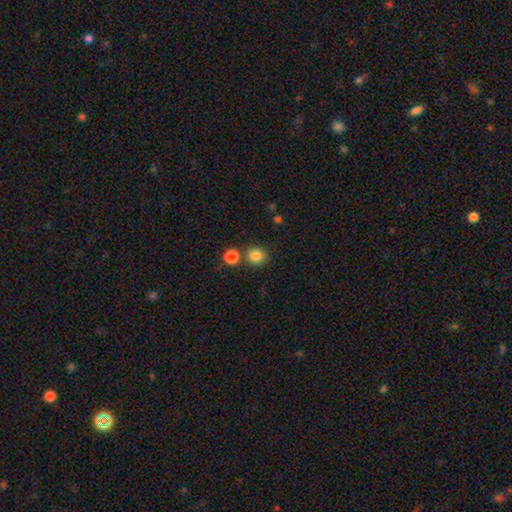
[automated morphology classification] This appears to be a smooth galaxy with no disk features (83%) that is round (88%). Merging: none (77%).